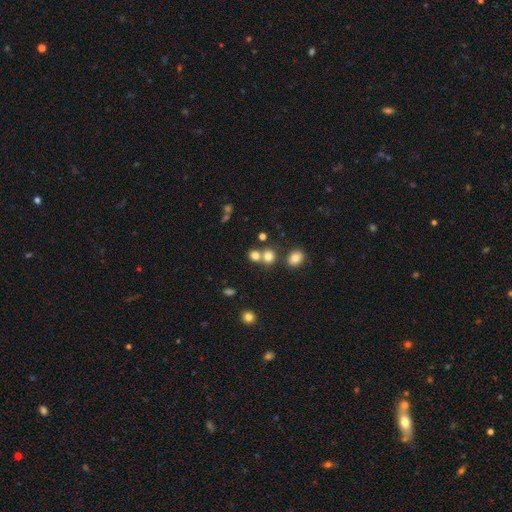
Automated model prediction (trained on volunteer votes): Q: Smooth or featured?
A: smooth (76%); runner-up: star or artifact (16%)
Q: How rounded?
A: round (82%); runner-up: in between (17%)
Q: Merging?
A: none (52%); runner-up: merger (38%)